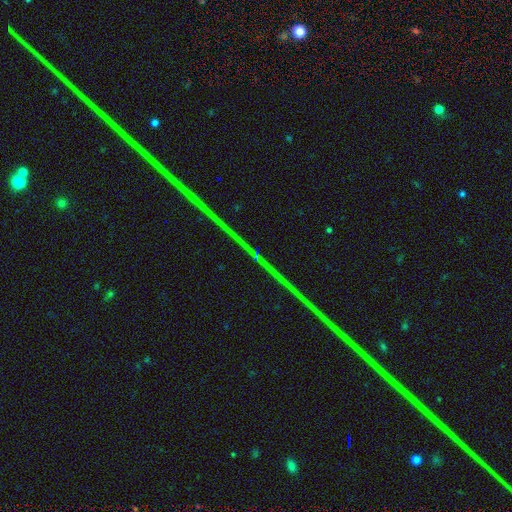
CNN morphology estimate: Overall: star or artifact (80%).